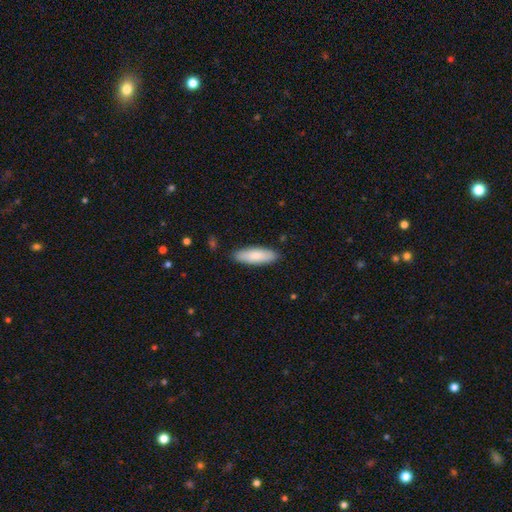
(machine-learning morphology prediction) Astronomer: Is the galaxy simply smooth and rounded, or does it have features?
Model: smooth — 83%.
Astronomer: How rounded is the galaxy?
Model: in between — 57% (runner-up: cigar-shaped, 41%).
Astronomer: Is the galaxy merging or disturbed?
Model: none — 88%.